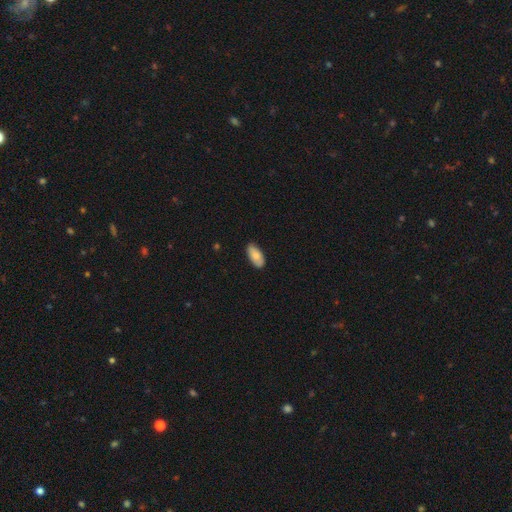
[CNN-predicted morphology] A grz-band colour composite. It shows a smooth galaxy with no disk features (77%) that is in between round and cigar-shaped (92%). Merging: none (84%).